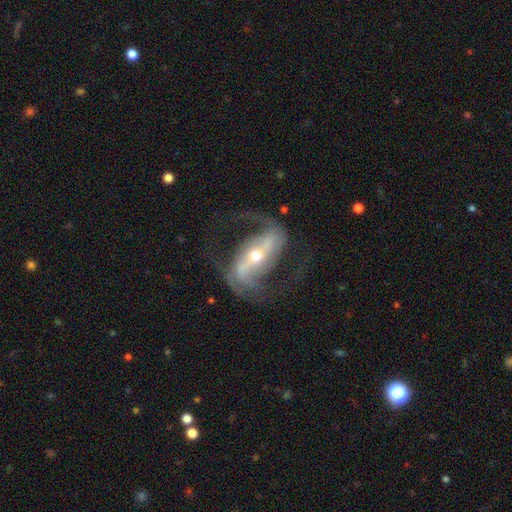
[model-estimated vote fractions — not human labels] A featured or disk galaxy (90%) with a strong bar (66%), 2 (92%) medium (49%) spiral arms (95%) and a small central bulge (51%).

Vote fractions:
- Smooth or featured? featured or disk: 90% / smooth: 5% / star or artifact: 5%
- Edge-on disk? no: 95% / yes: 5%
- Bar? strong: 66% / weak: 21% / no: 12%
- Spiral arms? yes: 95% / no: 5%
- Spiral winding? medium: 49% / loose: 38% / tight: 13%
- Spiral arm count? 2: 92% / can't tell: 3% / 1: 2% / 3: 2% / 4: 1% / more than 4: 1%
- Bulge size? small: 51% / moderate: 44% / large: 3% / dominant: 1% / none: 1%
- Merging? none: 72% / major disturbance: 13% / minor disturbance: 13% / merger: 2%